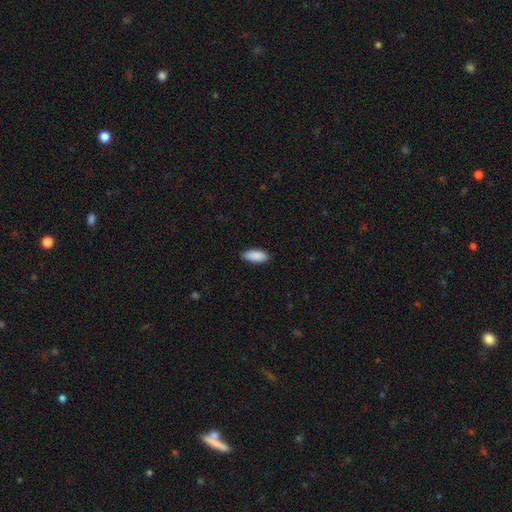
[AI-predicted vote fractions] Overall: smooth (91%). How rounded: in between (85%). Merging: none (89%).